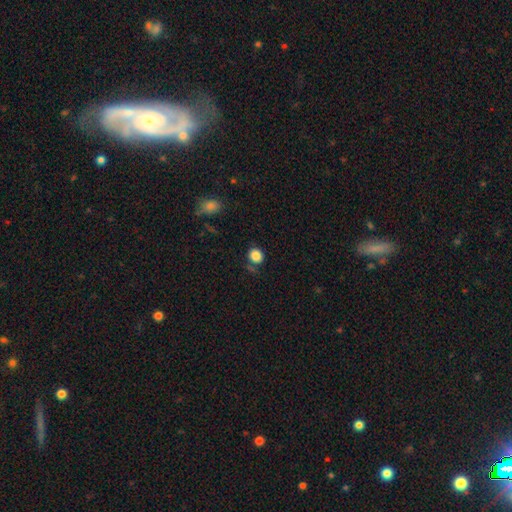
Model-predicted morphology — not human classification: This appears to be a smooth galaxy with no disk features (85%) that is round (74%). Merging: none (74%).